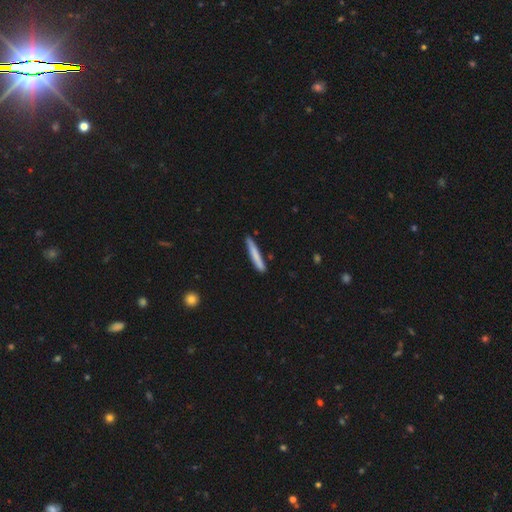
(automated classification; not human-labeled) Smooth or featured? smooth (74%)
How rounded? cigar-shaped (96%)
Merging? none (86%)